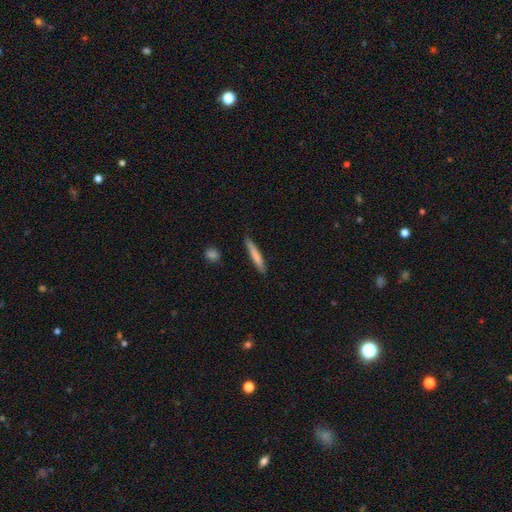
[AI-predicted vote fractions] The model was most divided on "smooth or featured": smooth: 77%, featured or disk: 17%, star or artifact: 6%. More confident: how rounded — cigar-shaped (93%); merging — none (85%).